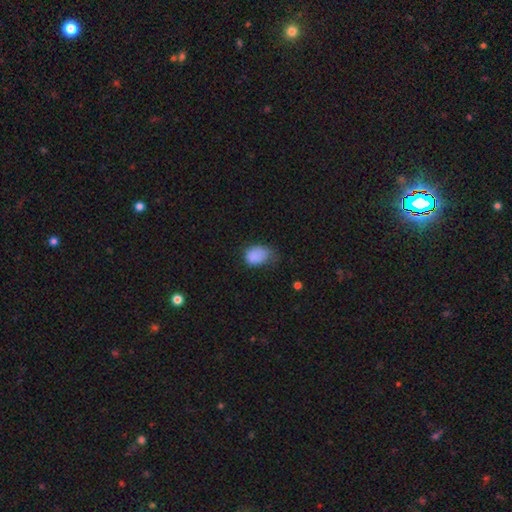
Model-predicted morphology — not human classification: Smooth or featured?
  - smooth: 85% *
  - star or artifact: 10%
  - featured or disk: 6%
How rounded?
  - in between: 75% *
  - round: 23%
  - cigar-shaped: 1%
Merging?
  - minor disturbance: 43% *
  - none: 38%
  - major disturbance: 17%
  - merger: 2%